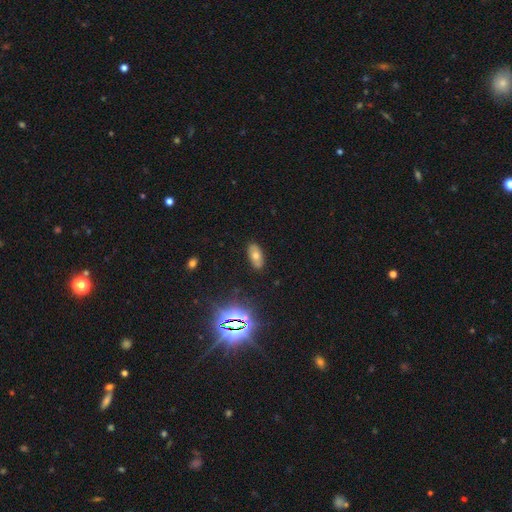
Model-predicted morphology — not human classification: Overall: smooth (50%; star or artifact 29%). Merging: none (86%).